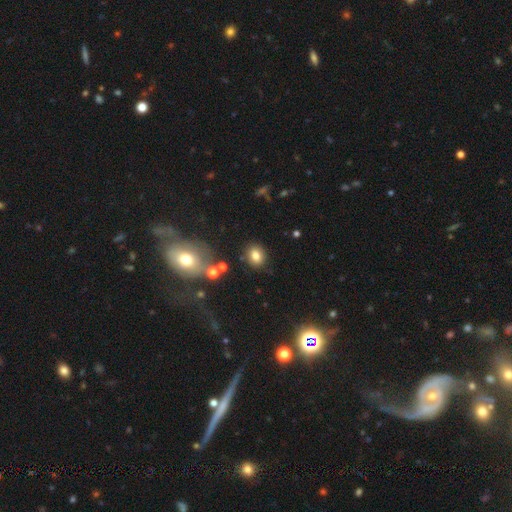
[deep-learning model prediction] The model was most divided on "how rounded": round: 57%, in between: 42%, cigar-shaped: 1%. More confident: merging — none (85%); smooth or featured — smooth (80%).